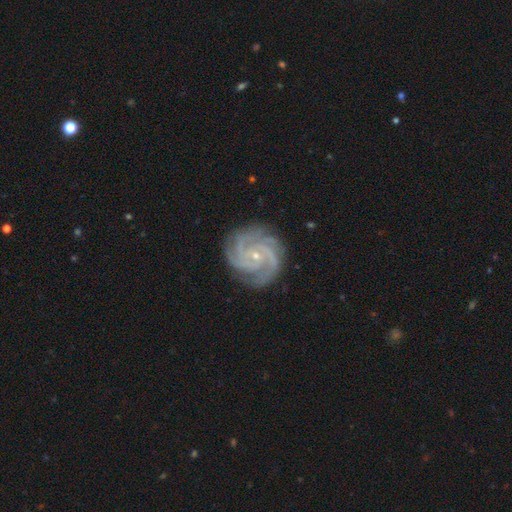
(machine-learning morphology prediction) The model was most divided on "spiral arm count": 3: 38%, 4: 28%, 2: 11%, can't tell: 9%, more than 4: 7%, 1: 7%. More confident: spiral arms — yes (99%); edge-on disk — no (98%); smooth or featured — featured or disk (91%); merging — none (82%); bulge size — small (81%); bar — no (67%); spiral winding — tight (66%).